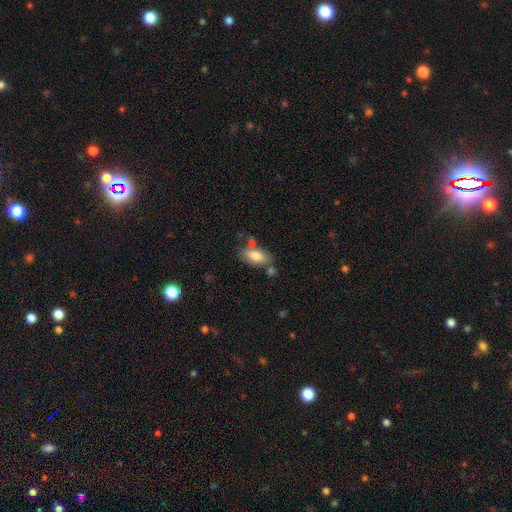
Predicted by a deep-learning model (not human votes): smooth-or-featured: smooth: 77% | featured or disk: 16% | star or artifact: 7%
  how-rounded: in between: 90% | cigar-shaped: 6% | round: 4%
  merging: none: 62% | minor disturbance: 18% | merger: 15% | major disturbance: 5%